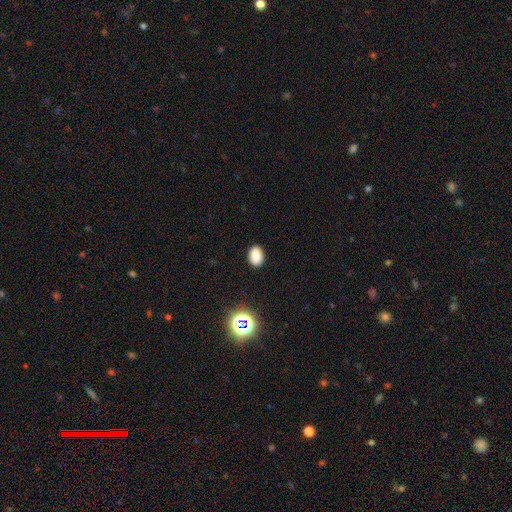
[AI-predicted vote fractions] Smooth or featured? Predicted: smooth (p=0.83). How rounded? Predicted: in between (p=0.82). Merging? Predicted: none (p=0.88).